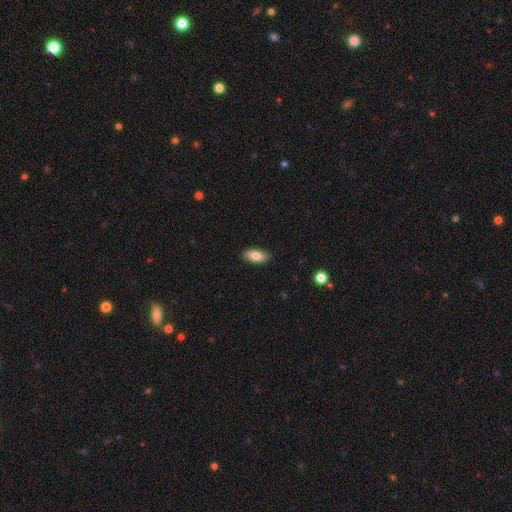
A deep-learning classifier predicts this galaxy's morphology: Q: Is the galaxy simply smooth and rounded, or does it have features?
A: smooth — 84%.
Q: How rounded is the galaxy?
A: in between — 90%.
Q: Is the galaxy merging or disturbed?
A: none — 89%.